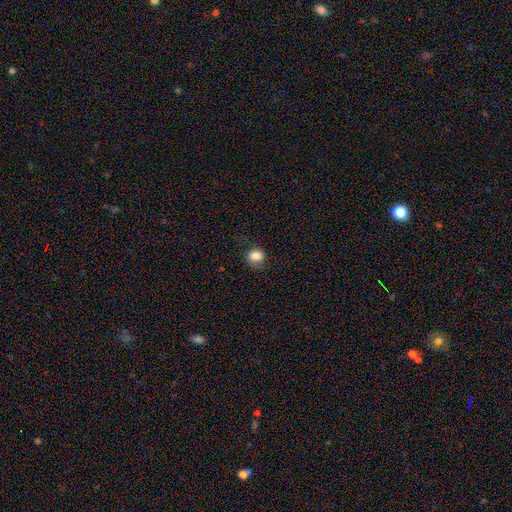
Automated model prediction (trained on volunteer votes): Smooth or featured? Predicted: smooth (p=0.80). How rounded? Predicted: round (p=0.61). Merging? Predicted: none (p=0.70).